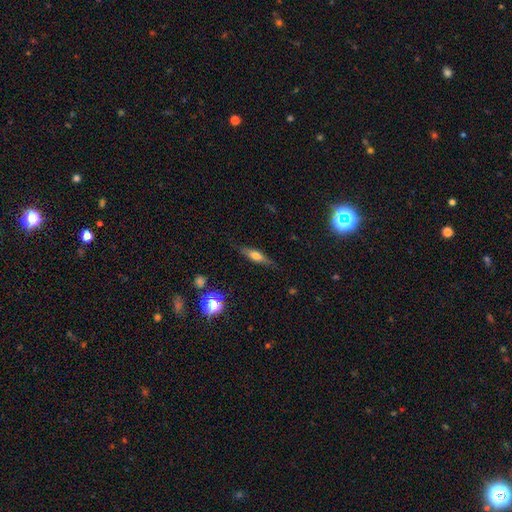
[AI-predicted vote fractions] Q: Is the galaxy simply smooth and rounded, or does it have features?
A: smooth — 47%.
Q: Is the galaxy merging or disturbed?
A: none — 83%.